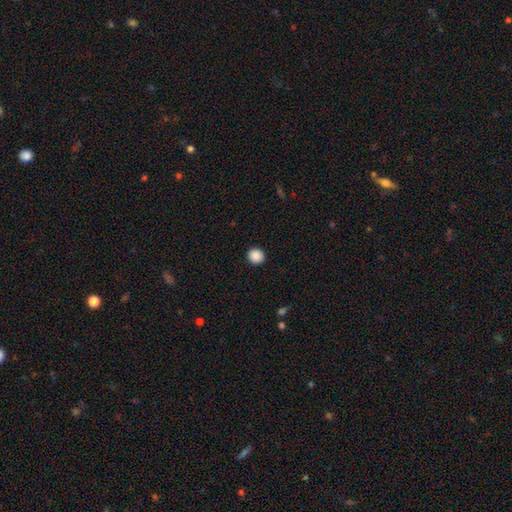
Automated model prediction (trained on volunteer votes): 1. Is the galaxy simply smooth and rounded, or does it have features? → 89% smooth, 9% star or artifact, 2% featured or disk.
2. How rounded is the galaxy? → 89% round, 10% in between, 1% cigar-shaped.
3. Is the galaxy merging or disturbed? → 93% none, 5% minor disturbance, 2% major disturbance, 1% merger.